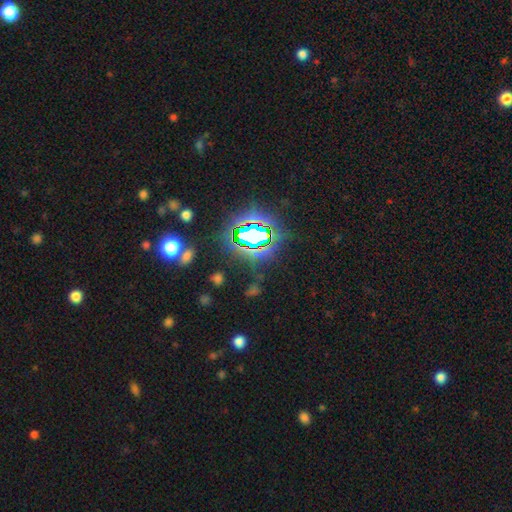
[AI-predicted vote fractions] smooth-or-featured: star or artifact: 81% | smooth: 11% | featured or disk: 7%